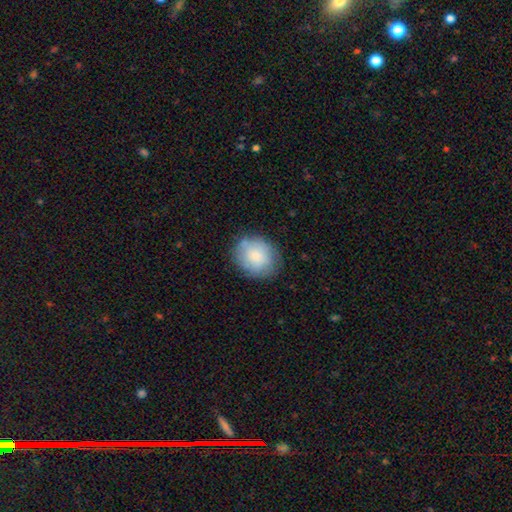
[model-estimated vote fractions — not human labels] A smooth galaxy with no disk features (79%) that is round (62%). Merging: none (76%).